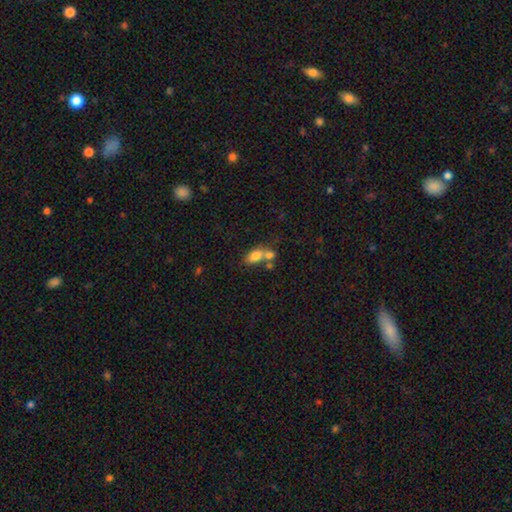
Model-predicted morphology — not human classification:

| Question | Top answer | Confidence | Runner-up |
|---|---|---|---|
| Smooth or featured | smooth | 76% | featured or disk (15%) |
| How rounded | in between | 84% | round (11%) |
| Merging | merger | 50% | none (34%) |